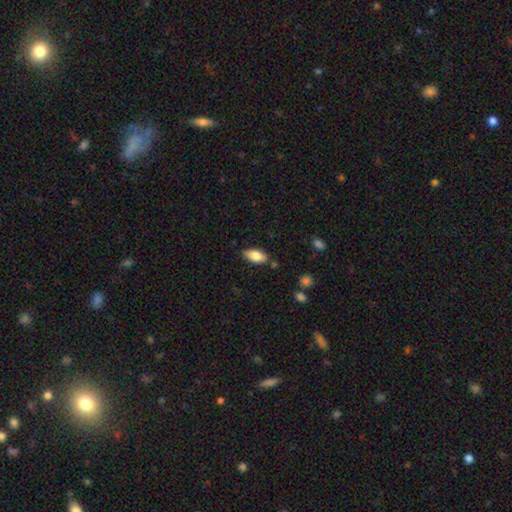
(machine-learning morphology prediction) Smooth or featured?
  - smooth: 83% *
  - featured or disk: 11%
  - star or artifact: 7%
How rounded?
  - in between: 90% *
  - cigar-shaped: 8%
  - round: 2%
Merging?
  - none: 82% *
  - minor disturbance: 13%
  - merger: 3%
  - major disturbance: 2%